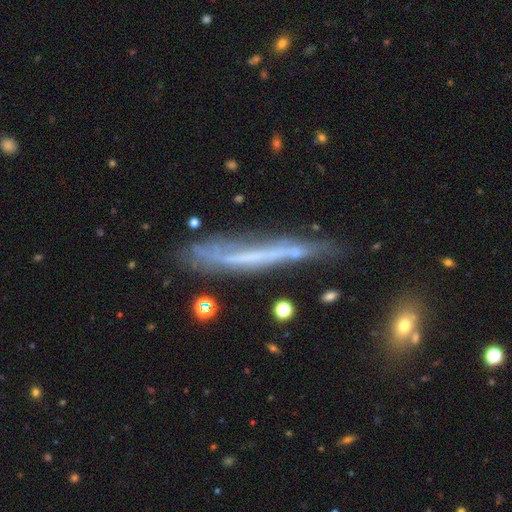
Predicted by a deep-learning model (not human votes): Overall: featured or disk (59%; smooth 32%). Edge-on disk: yes (80%). Merging: none (58%; minor disturbance 25%).